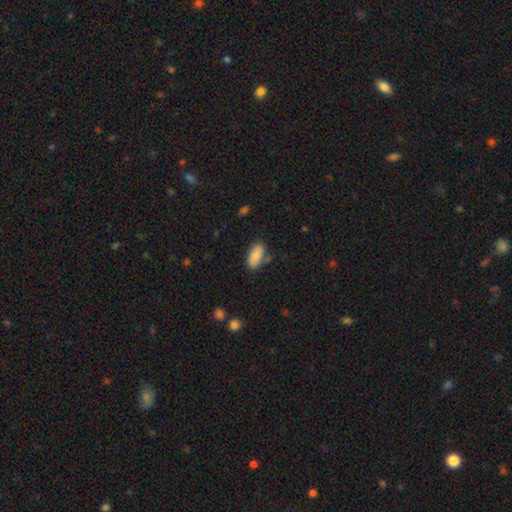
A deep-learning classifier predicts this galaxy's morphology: A smooth galaxy with no disk features (85%) that is in between round and cigar-shaped (91%). Merging: none (75%).